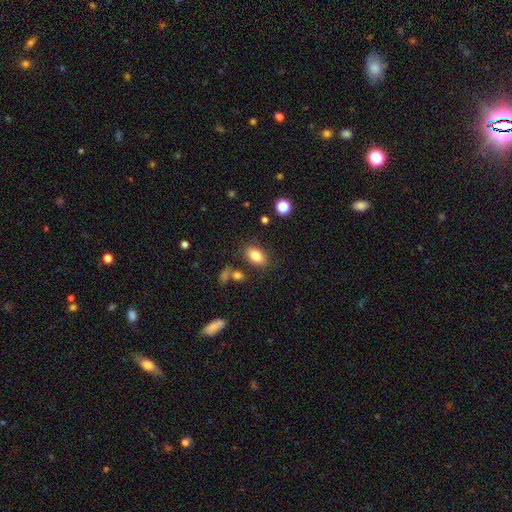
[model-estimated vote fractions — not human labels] This is clearly a smooth galaxy (83%). How rounded: clearly in between (86%). Merging: clearly none (81%).